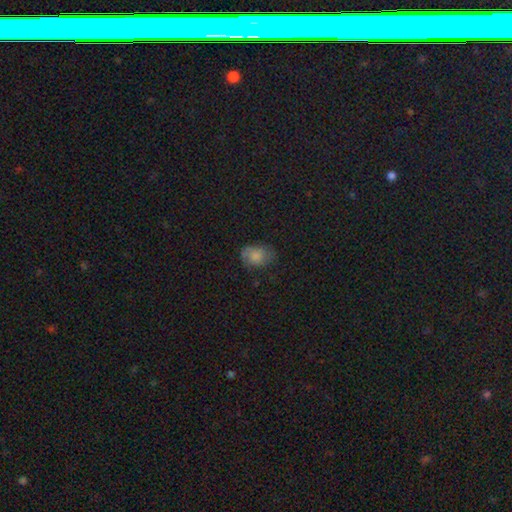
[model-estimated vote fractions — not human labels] A smooth galaxy with no disk features (77%) that is in between round and cigar-shaped (75%).

Vote fractions:
- Smooth or featured? smooth: 77% / featured or disk: 13% / star or artifact: 10%
- How rounded? in between: 75% / round: 23% / cigar-shaped: 1%
- Merging? none: 60% / minor disturbance: 28% / major disturbance: 10% / merger: 2%